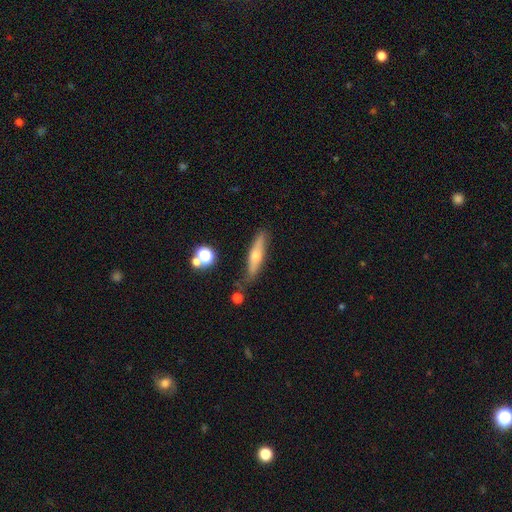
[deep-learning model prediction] Smooth or featured? smooth (47%)
Merging? none (76%)